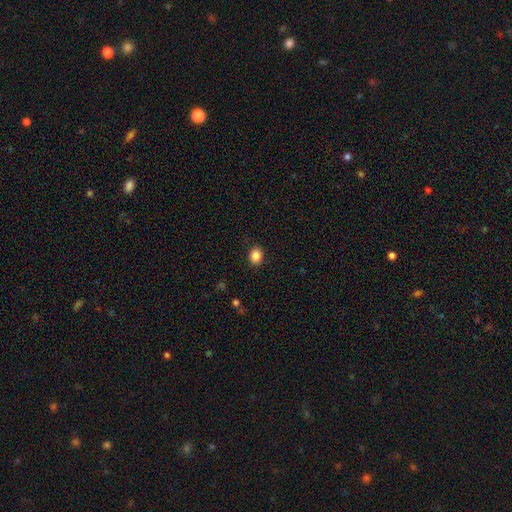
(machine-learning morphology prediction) smooth_or_featured: smooth (p=0.86) [alt: star or artifact p=0.10]
how_rounded: round (p=0.58) [alt: in between p=0.41]
merging: none (p=0.89) [alt: minor disturbance p=0.07]